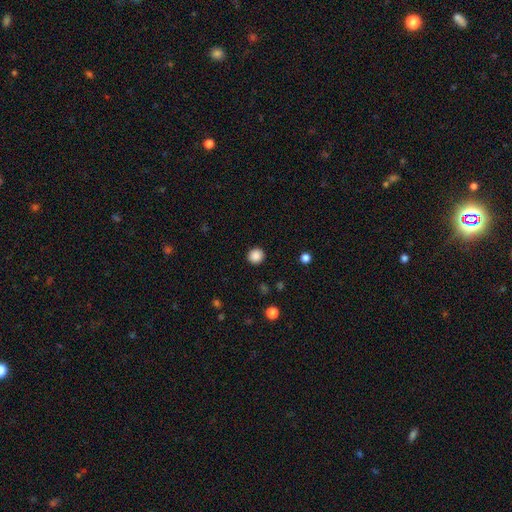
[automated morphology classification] This is clearly a smooth galaxy (88%). How rounded: clearly round (88%). Merging: clearly none (91%).